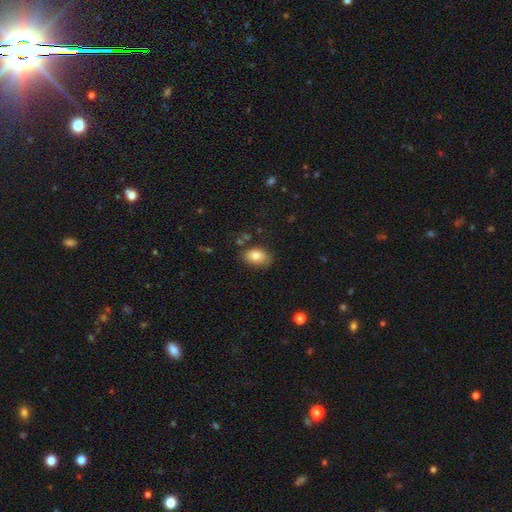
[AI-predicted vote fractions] A smooth galaxy with no disk features (84%) that is in between round and cigar-shaped (86%).

Vote fractions:
- Smooth or featured? smooth: 84% / featured or disk: 8% / star or artifact: 8%
- How rounded? in between: 86% / round: 13% / cigar-shaped: 1%
- Merging? none: 75% / minor disturbance: 17% / major disturbance: 4% / merger: 4%